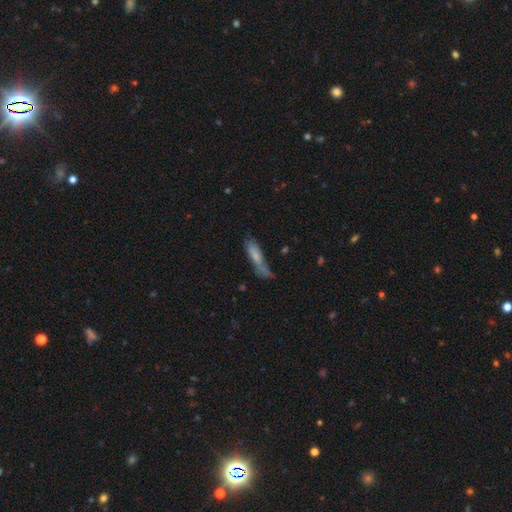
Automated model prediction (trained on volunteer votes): This is likely a smooth galaxy (64%). How rounded: likely cigar-shaped (72%). Merging: possibly none (46%).